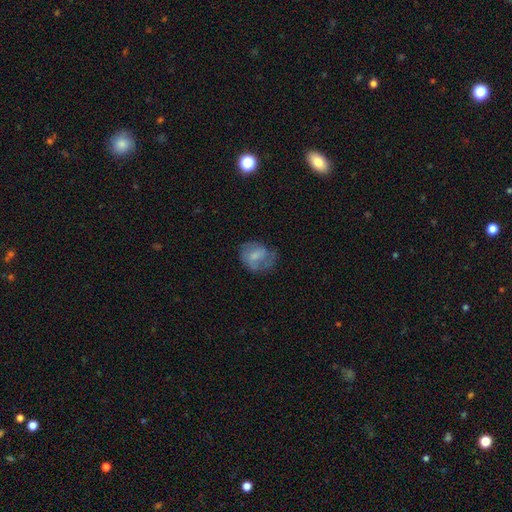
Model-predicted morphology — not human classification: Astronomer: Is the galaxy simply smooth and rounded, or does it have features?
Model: smooth — 55% (runner-up: featured or disk, 36%).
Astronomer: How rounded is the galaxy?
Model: round — 55% (runner-up: in between, 44%).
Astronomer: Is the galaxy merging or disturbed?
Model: none — 48% (runner-up: minor disturbance, 28%).